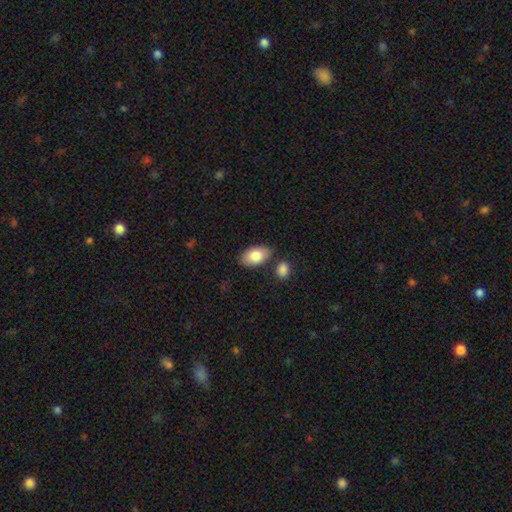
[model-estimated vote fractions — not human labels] Smooth or featured: smooth — 83% (featured or disk — 11%)
How rounded: in between — 93% (round — 5%)
Merging: none — 76% (minor disturbance — 13%)